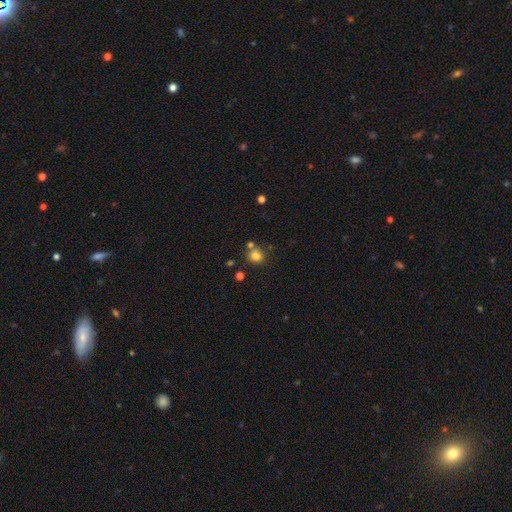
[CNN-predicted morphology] smooth_or_featured: smooth (p=0.80) [alt: star or artifact p=0.13]
how_rounded: round (p=0.79) [alt: in between p=0.20]
merging: none (p=0.68) [alt: merger p=0.18]